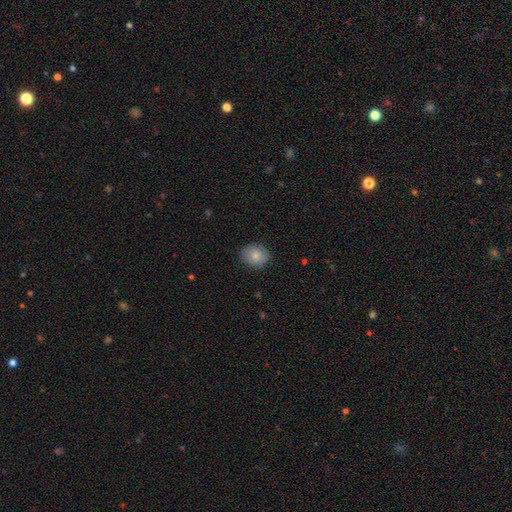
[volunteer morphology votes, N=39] smooth 85%, featured or disk 10%, star or artifact 5%. Down the decision tree: how rounded — round (58%); merging — none (92%).